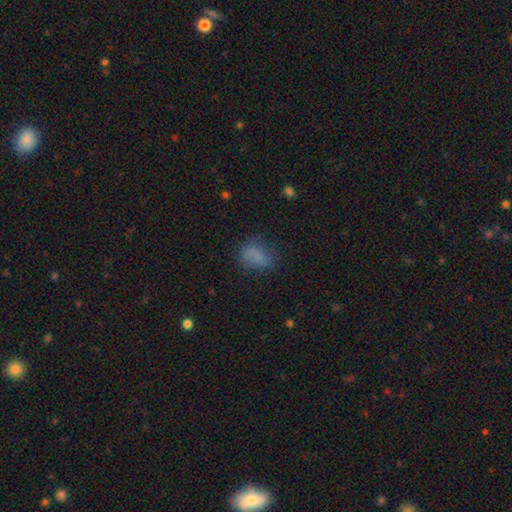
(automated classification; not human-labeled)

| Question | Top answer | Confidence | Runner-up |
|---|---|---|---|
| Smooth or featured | smooth | 76% | star or artifact (13%) |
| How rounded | in between | 78% | round (18%) |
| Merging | none | 62% | minor disturbance (23%) |